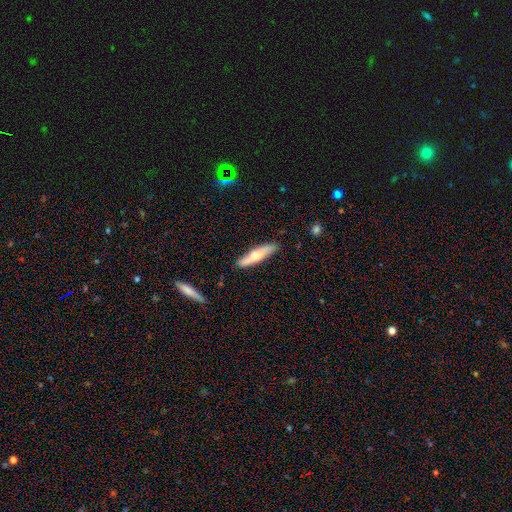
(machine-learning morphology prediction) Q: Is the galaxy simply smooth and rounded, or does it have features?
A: smooth — 59%.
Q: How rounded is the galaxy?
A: cigar-shaped — 84%.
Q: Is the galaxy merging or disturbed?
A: none — 84%.